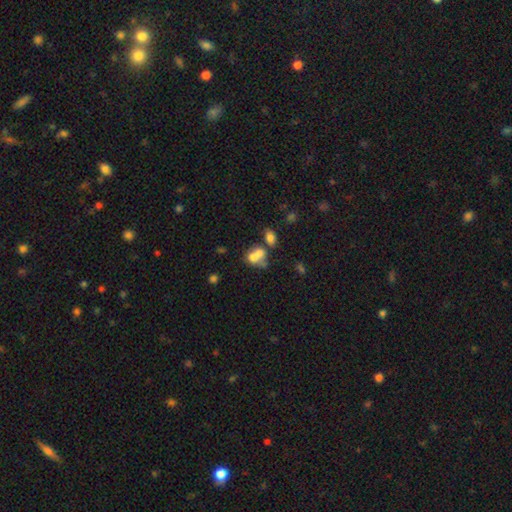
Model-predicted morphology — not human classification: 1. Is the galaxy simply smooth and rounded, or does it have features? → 66% smooth, 22% featured or disk, 11% star or artifact.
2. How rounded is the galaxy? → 54% in between, 44% round, 1% cigar-shaped.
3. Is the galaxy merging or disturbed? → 65% merger, 20% none, 8% minor disturbance, 7% major disturbance.